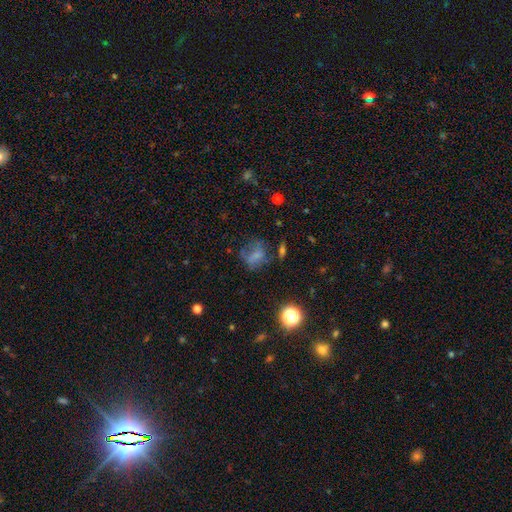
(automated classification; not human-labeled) Q: Smooth or featured?
A: smooth (54%); runner-up: featured or disk (26%)
Q: How rounded?
A: in between (53%); runner-up: round (44%)
Q: Merging?
A: none (43%); runner-up: major disturbance (28%)